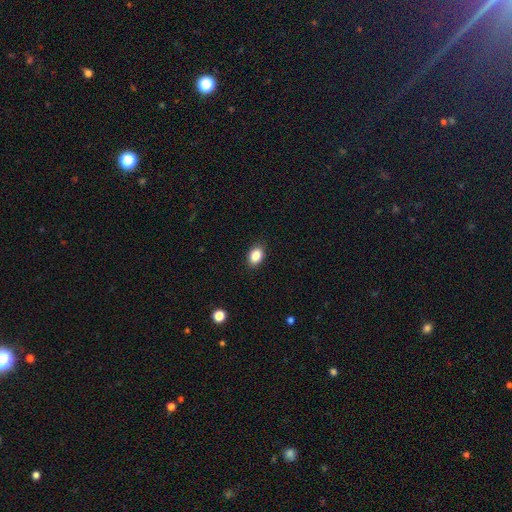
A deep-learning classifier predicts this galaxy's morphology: smooth-or-featured: smooth: 87% | star or artifact: 9% | featured or disk: 4%
  how-rounded: in between: 79% | round: 20% | cigar-shaped: 1%
  merging: none: 88% | minor disturbance: 9% | major disturbance: 2% | merger: 1%